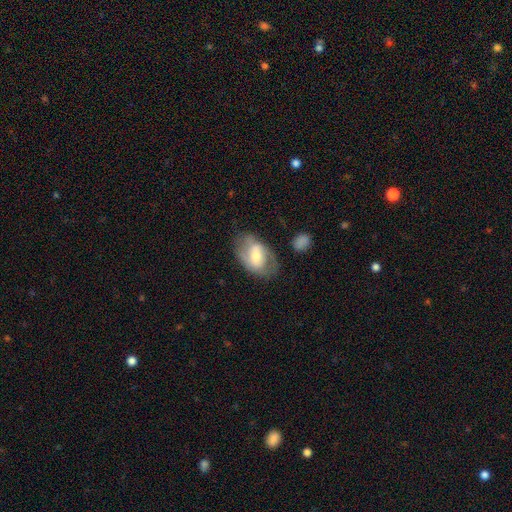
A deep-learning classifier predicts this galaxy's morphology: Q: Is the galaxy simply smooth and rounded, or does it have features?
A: featured or disk — 55%.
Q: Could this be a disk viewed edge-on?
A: no — 94%.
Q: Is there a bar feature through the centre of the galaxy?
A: weak — 44%.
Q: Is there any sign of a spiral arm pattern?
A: yes — 68%.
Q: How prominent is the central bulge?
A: moderate — 54%.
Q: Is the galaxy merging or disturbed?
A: none — 65%.